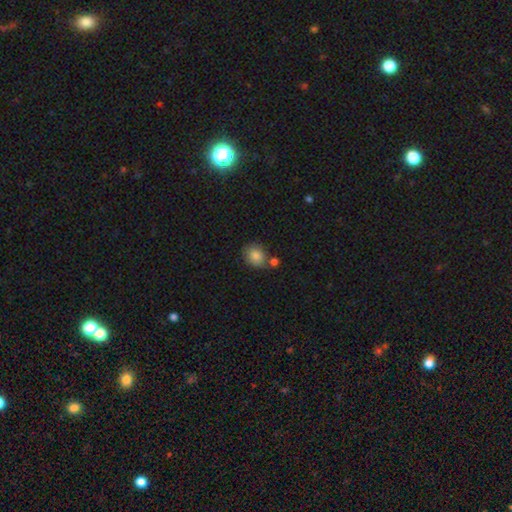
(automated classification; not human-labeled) Smooth or featured? Predicted: smooth (p=0.84). How rounded? Predicted: round (p=0.51). Merging? Predicted: none (p=0.65).